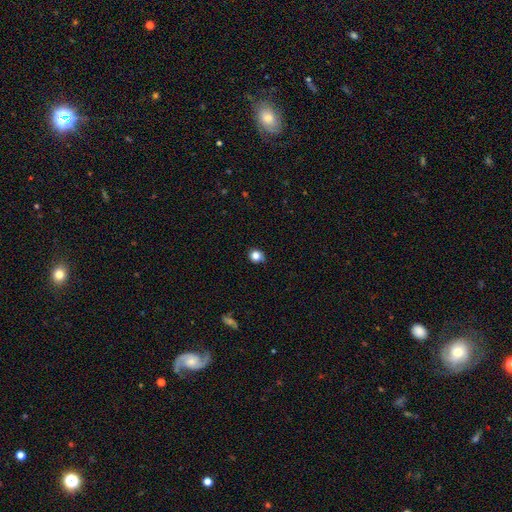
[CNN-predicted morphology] Smooth or featured? smooth (82%)
How rounded? round (83%)
Merging? none (80%)